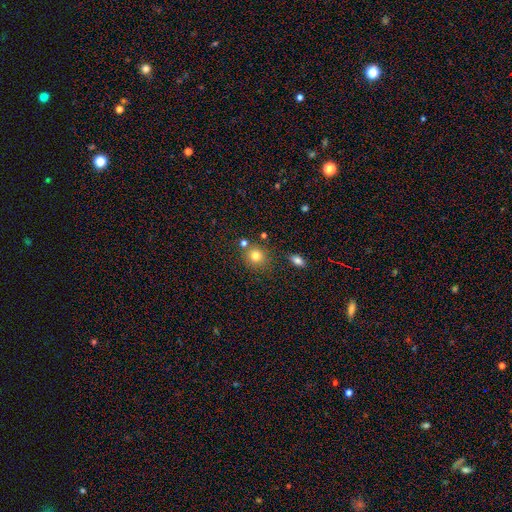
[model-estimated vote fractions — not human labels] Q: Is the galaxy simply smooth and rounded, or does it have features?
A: smooth — 79%.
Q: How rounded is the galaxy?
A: round — 83%.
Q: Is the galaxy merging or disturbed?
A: none — 75%.